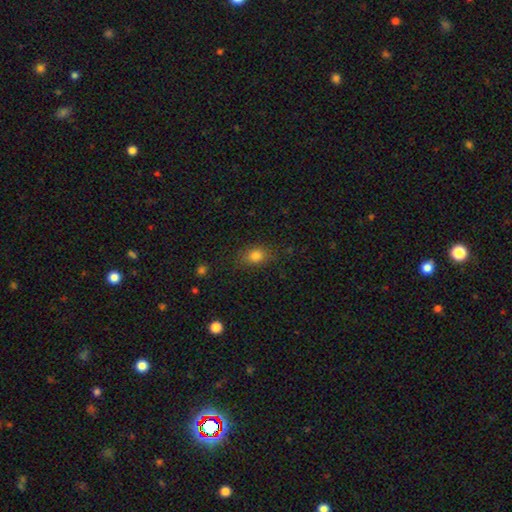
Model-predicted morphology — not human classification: smooth-or-featured: smooth: 81% | star or artifact: 11% | featured or disk: 7%
  how-rounded: in between: 66% | round: 32% | cigar-shaped: 2%
  merging: none: 80% | minor disturbance: 14% | major disturbance: 4% | merger: 1%